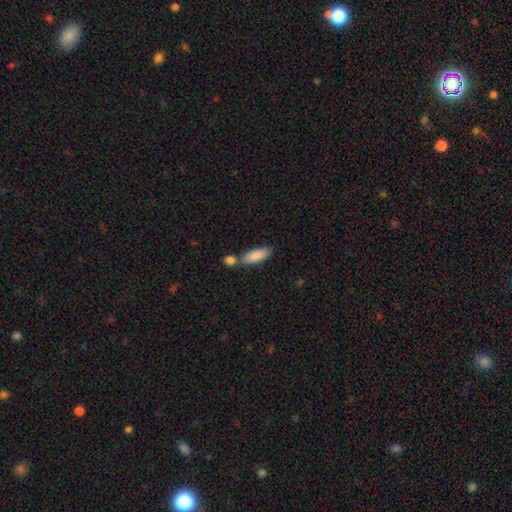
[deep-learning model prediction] Smooth or featured?
  - smooth: 86% *
  - featured or disk: 8%
  - star or artifact: 6%
How rounded?
  - in between: 73% *
  - cigar-shaped: 25%
  - round: 2%
Merging?
  - none: 53% *
  - merger: 31%
  - minor disturbance: 12%
  - major disturbance: 4%